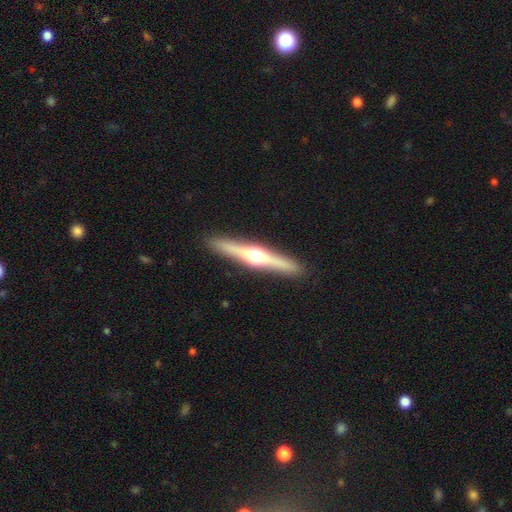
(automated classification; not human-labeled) Overall: featured or disk (72%). Edge-on disk: yes (97%). Edge-on bulge: rounded (94%). Merging: none (90%).